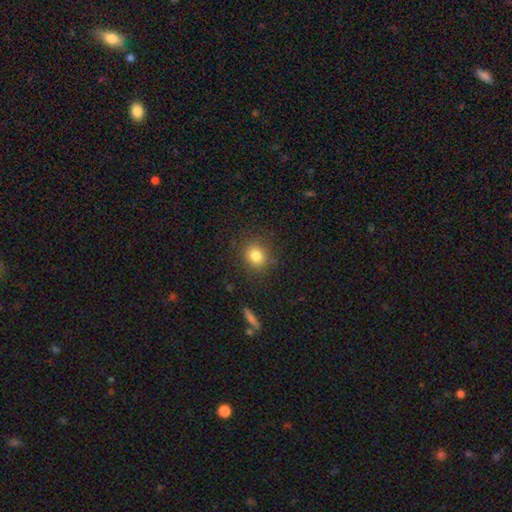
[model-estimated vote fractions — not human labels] Smooth or featured? smooth (81%)
How rounded? round (76%)
Merging? none (85%)